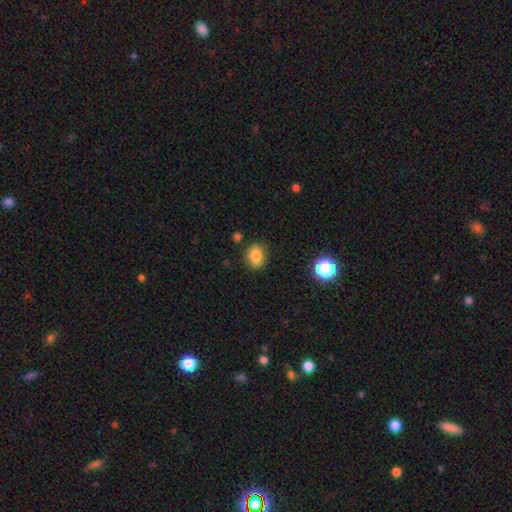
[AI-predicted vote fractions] Smooth or featured? smooth (82%)
How rounded? in between (54%)
Merging? none (81%)